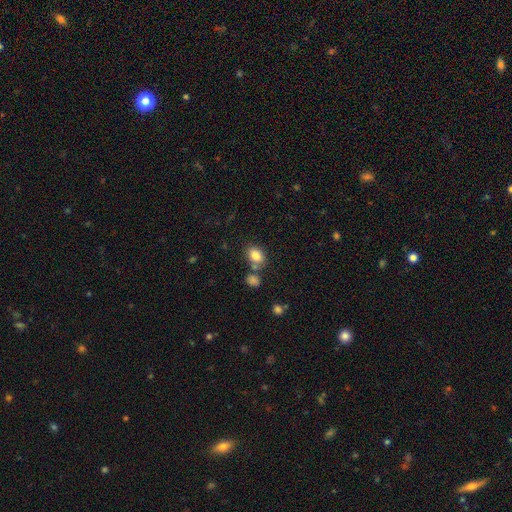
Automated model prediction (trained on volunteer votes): A smooth galaxy with no disk features (83%) that is in between round and cigar-shaped (72%).

Vote fractions:
- Smooth or featured? smooth: 83% / star or artifact: 10% / featured or disk: 8%
- How rounded? in between: 72% / round: 27% / cigar-shaped: 1%
- Merging? none: 67% / merger: 17% / minor disturbance: 12% / major disturbance: 4%